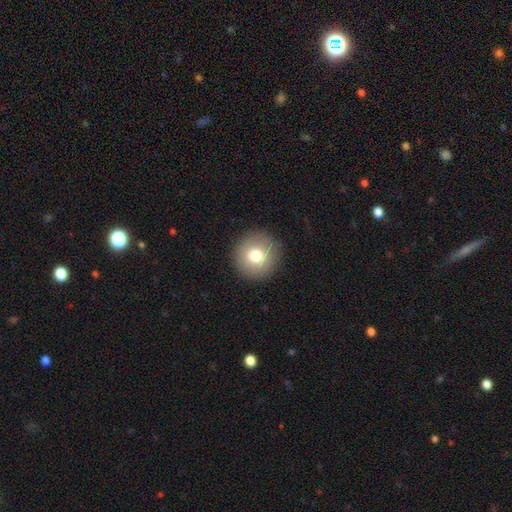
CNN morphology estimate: The model was most divided on "smooth or featured": smooth: 77%, featured or disk: 13%, star or artifact: 10%. More confident: how rounded — round (95%); merging — none (91%).